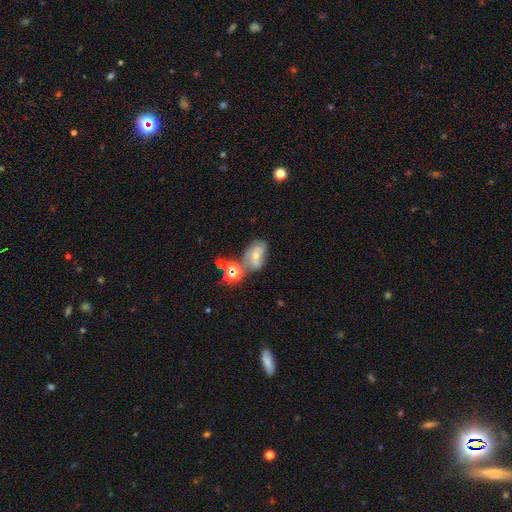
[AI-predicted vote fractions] The model was most divided on "smooth or featured": smooth: 46%, featured or disk: 35%, star or artifact: 19%. Remaining: merging — none (44%).